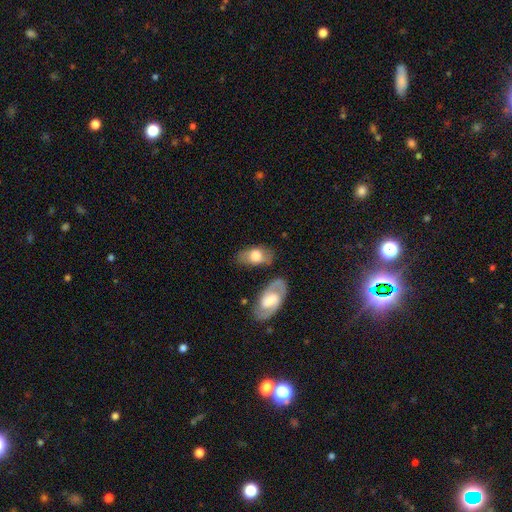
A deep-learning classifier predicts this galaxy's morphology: This appears to be a smooth galaxy with no disk features (56%) that is in between round and cigar-shaped (89%). Merging: none (63%).